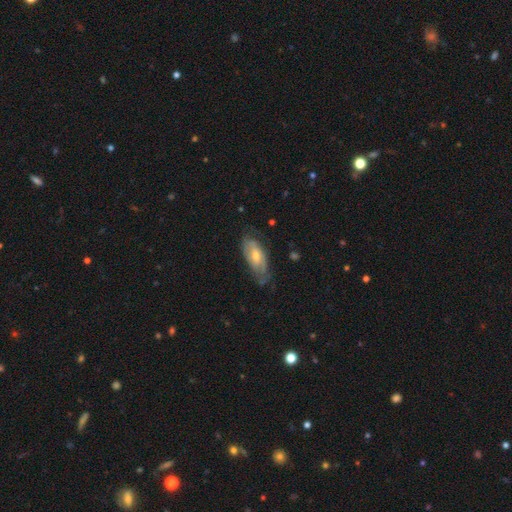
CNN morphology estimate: Q: Smooth or featured?
A: featured or disk (60%); runner-up: smooth (34%)
Q: Edge-on disk?
A: no (88%); runner-up: yes (12%)
Q: Bar?
A: no (58%); runner-up: weak (34%)
Q: Spiral arms?
A: yes (76%); runner-up: no (24%)
Q: Bulge size?
A: moderate (54%); runner-up: small (40%)
Q: Merging?
A: none (58%); runner-up: minor disturbance (29%)